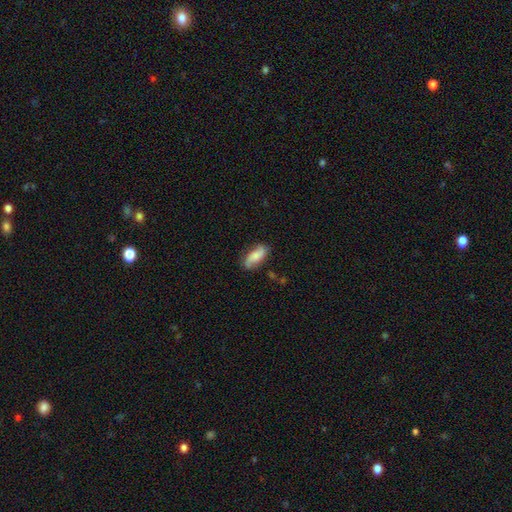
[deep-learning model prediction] A smooth galaxy with no disk features (53%) that is in between round and cigar-shaped (82%). Merging: none (74%).